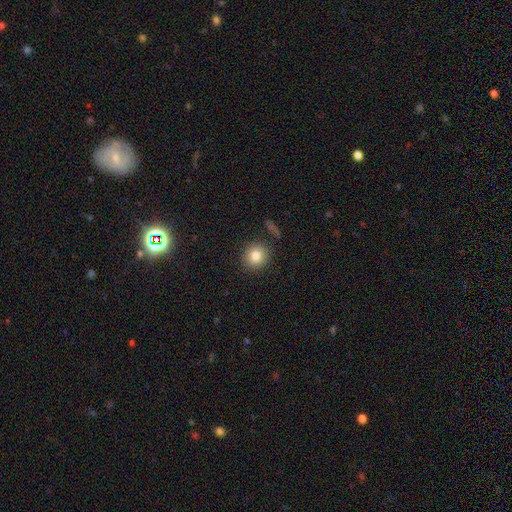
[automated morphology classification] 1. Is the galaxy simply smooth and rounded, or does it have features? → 82% smooth, 10% star or artifact, 8% featured or disk.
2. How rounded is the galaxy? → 89% round, 10% in between, 1% cigar-shaped.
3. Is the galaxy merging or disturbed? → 87% none, 8% minor disturbance, 3% major disturbance, 3% merger.